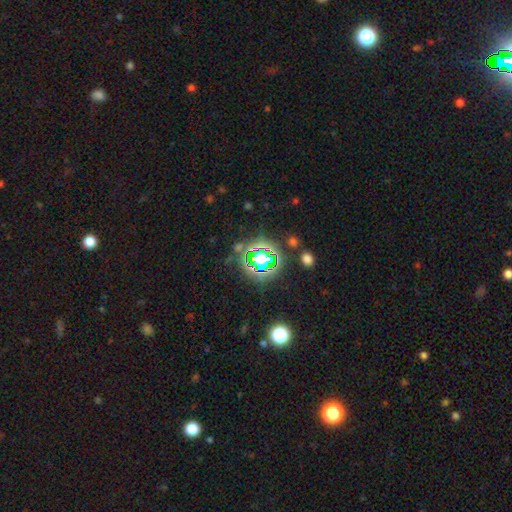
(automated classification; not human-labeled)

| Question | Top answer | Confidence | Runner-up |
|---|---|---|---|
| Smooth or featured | star or artifact | 81% | smooth (12%) |